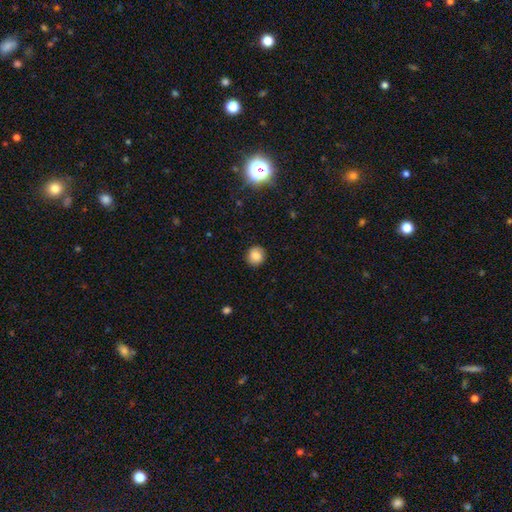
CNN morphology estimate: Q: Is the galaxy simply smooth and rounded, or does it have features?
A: smooth — 83%.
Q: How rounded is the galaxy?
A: round — 88%.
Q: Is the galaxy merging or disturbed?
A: none — 89%.